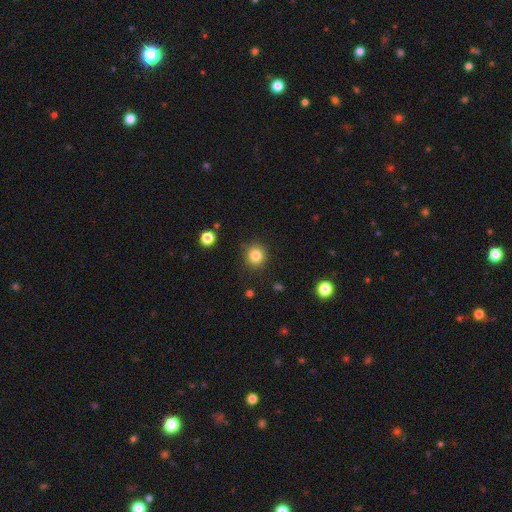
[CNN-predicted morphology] Smooth or featured? Predicted: smooth (p=0.83). How rounded? Predicted: round (p=0.91). Merging? Predicted: none (p=0.89).